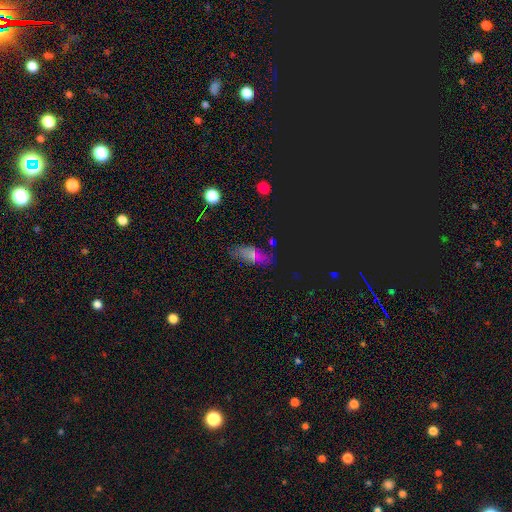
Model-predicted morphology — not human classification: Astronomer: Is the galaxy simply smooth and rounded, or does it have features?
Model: smooth — 36% (runner-up: star or artifact, 33%).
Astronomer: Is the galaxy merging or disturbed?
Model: none — 79%.